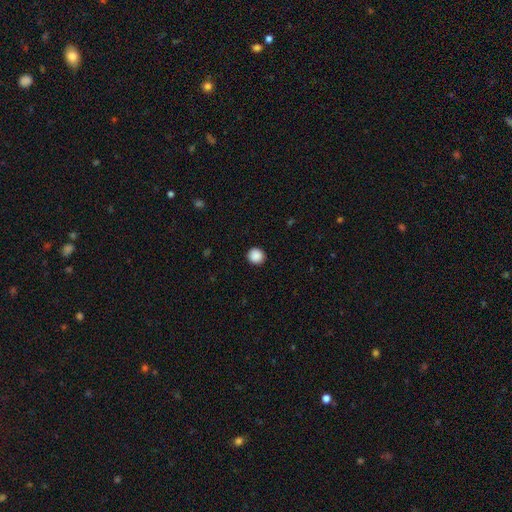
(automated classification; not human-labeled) Overall: smooth (89%). How rounded: round (90%). Merging: none (92%).